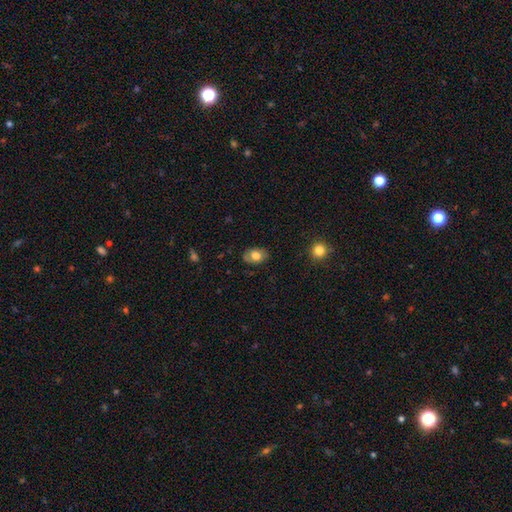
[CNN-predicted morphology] Overall: smooth (69%). How rounded: in between (77%). Merging: none (82%).